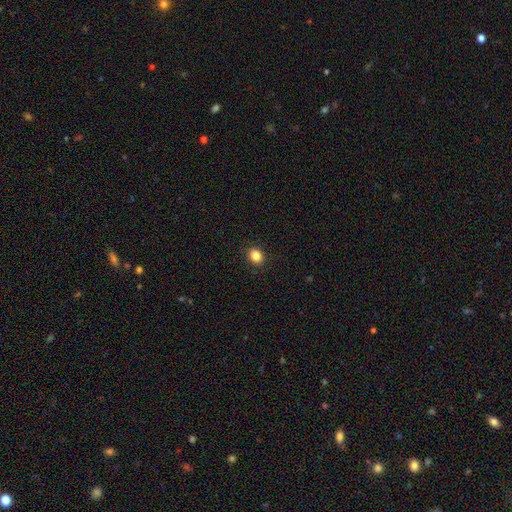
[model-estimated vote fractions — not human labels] Overall: smooth (85%). How rounded: round (61%; in between 38%). Merging: none (90%).